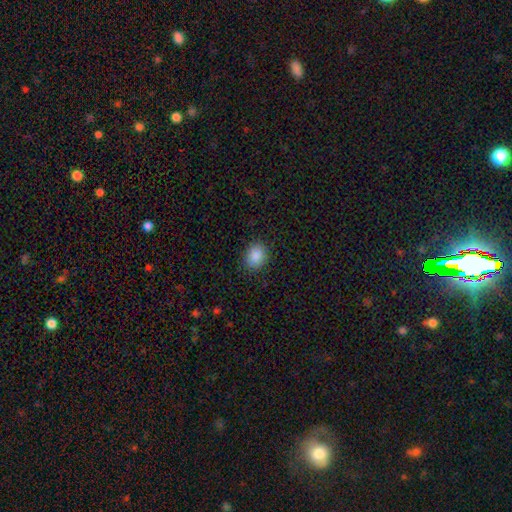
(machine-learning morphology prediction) Smooth or featured? smooth (88%)
How rounded? round (54%)
Merging? none (88%)